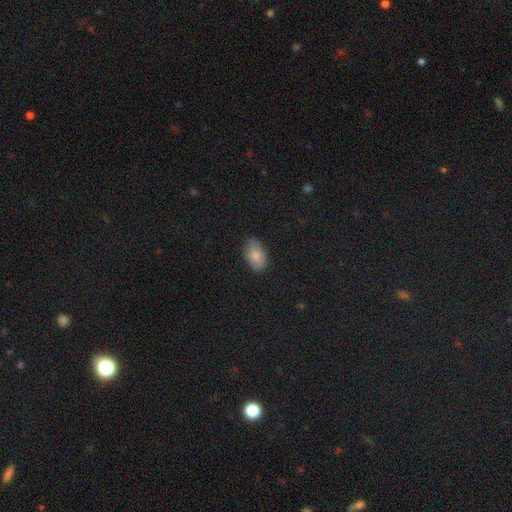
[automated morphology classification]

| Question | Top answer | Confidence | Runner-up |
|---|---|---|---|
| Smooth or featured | smooth | 81% | featured or disk (11%) |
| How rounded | in between | 90% | round (8%) |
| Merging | none | 77% | minor disturbance (18%) |